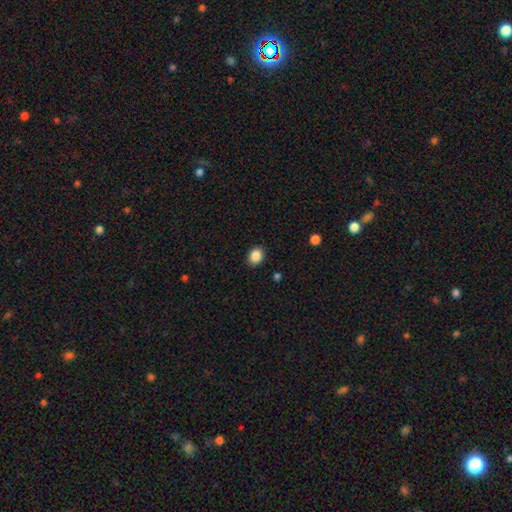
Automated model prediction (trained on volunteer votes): smooth 87%, star or artifact 9%, featured or disk 4%. Down the decision tree: how rounded — round (56%); merging — none (89%).